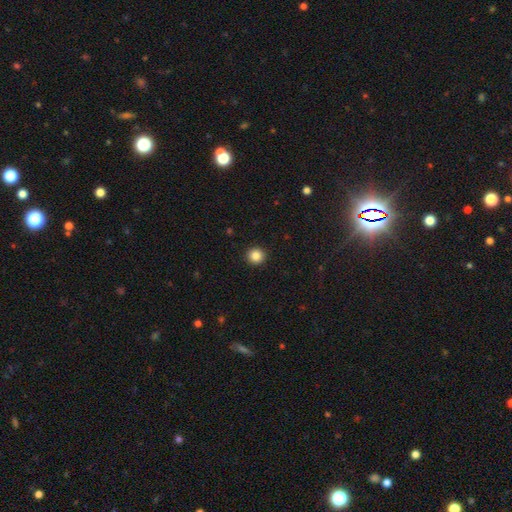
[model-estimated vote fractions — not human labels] This appears to be a smooth galaxy with no disk features (85%) that is round (95%). Merging: none (93%).